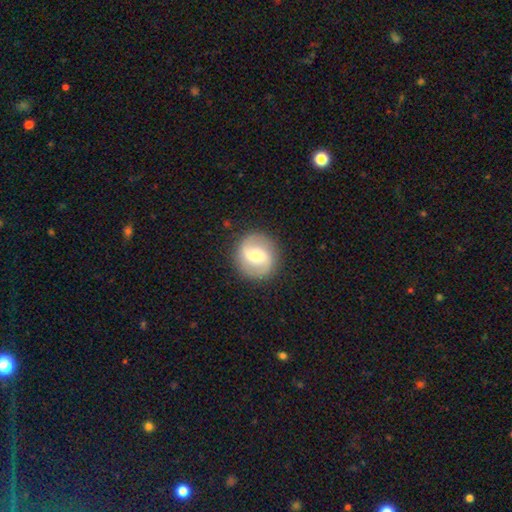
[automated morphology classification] type=featured or disk (70%); edge-on=no (98%); bar=weak (49%); spiral arms=yes (90%); winding=medium (43%); arm count=2 (91%); bulge=small (47%); merging=none (87%).